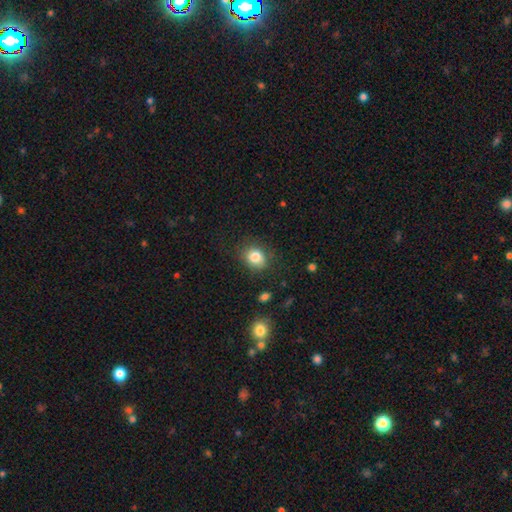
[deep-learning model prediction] smooth_or_featured: smooth (p=0.83) [alt: star or artifact p=0.10]
how_rounded: round (p=0.57) [alt: in between p=0.43]
merging: none (p=0.75) [alt: minor disturbance p=0.18]